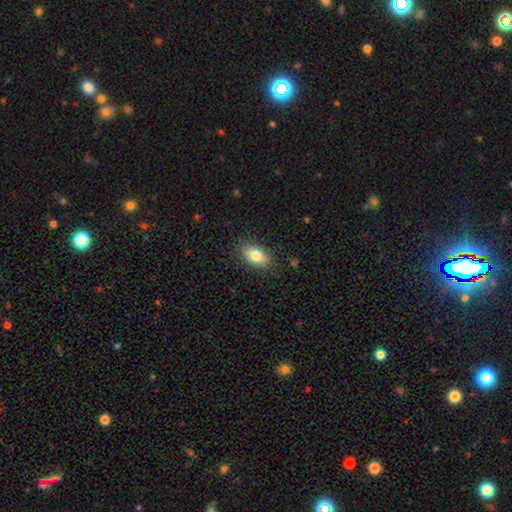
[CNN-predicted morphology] This appears to be a smooth galaxy with no disk features (80%) that is in between round and cigar-shaped (89%). Merging: none (85%).